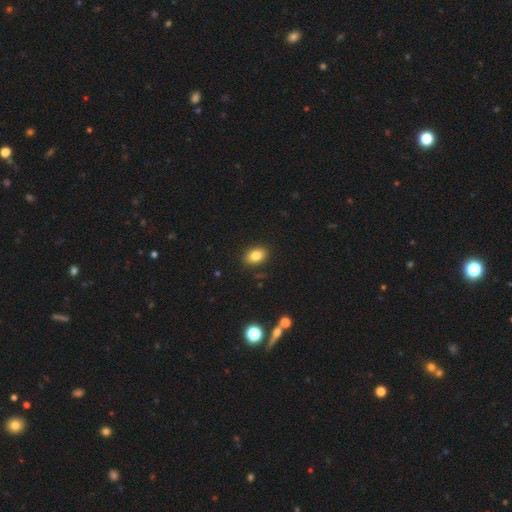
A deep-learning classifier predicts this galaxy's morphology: A smooth galaxy with no disk features (83%) that is in between round and cigar-shaped (79%).

Vote fractions:
- Smooth or featured? smooth: 83% / star or artifact: 10% / featured or disk: 7%
- How rounded? in between: 79% / round: 20% / cigar-shaped: 1%
- Merging? none: 88% / minor disturbance: 8% / major disturbance: 2% / merger: 1%